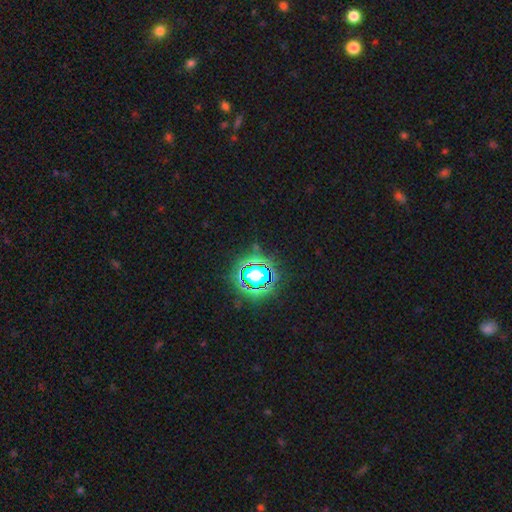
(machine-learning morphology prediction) smooth_or_featured: star or artifact (p=0.79) [alt: smooth p=0.14]